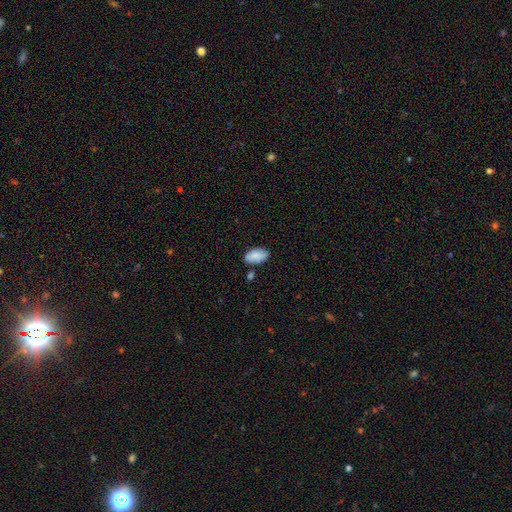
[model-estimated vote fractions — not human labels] Morphology: type=smooth (85%); roundness=in between (95%); merging=none (74%).